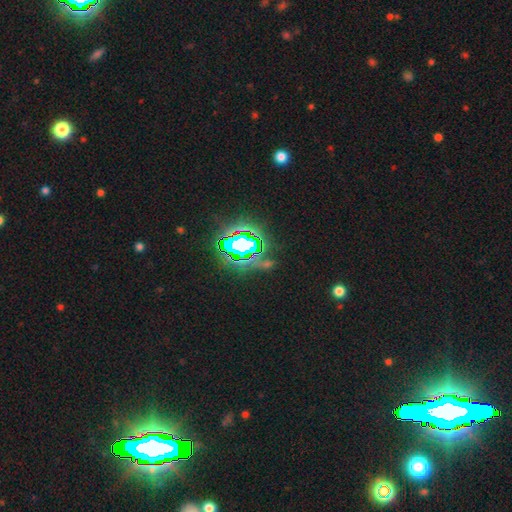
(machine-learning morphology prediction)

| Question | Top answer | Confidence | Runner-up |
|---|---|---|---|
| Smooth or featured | star or artifact | 82% | smooth (11%) |